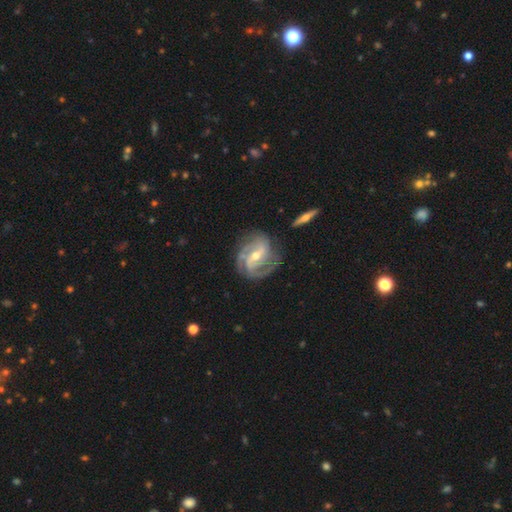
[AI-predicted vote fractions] Smooth or featured?
  - featured or disk: 91% *
  - smooth: 5%
  - star or artifact: 4%
Edge-on disk?
  - no: 97% *
  - yes: 3%
Bar?
  - weak: 43% *
  - strong: 39%
  - no: 19%
Spiral arms?
  - yes: 98% *
  - no: 2%
Spiral winding?
  - tight: 48% *
  - medium: 42%
  - loose: 10%
Spiral arm count?
  - 3: 47% *
  - 2: 26%
  - can't tell: 10%
  - 4: 9%
  - 1: 4%
  - more than 4: 4%
Bulge size?
  - moderate: 57% *
  - small: 40%
  - large: 2%
  - none: 1%
  - dominant: 1%
Merging?
  - none: 73% *
  - minor disturbance: 18%
  - major disturbance: 7%
  - merger: 2%